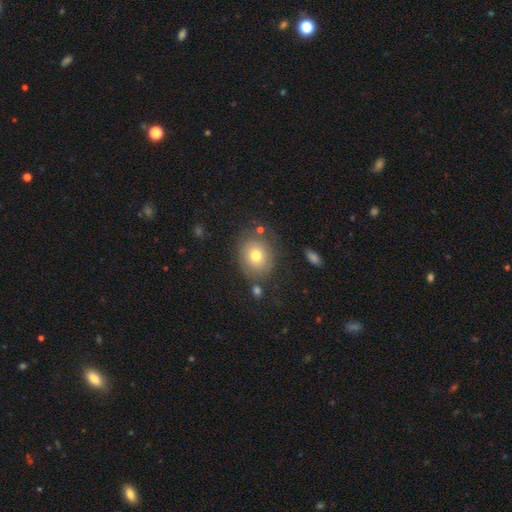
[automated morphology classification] Overall: smooth (62%; featured or disk 28%). How rounded: round (71%). Merging: none (70%).